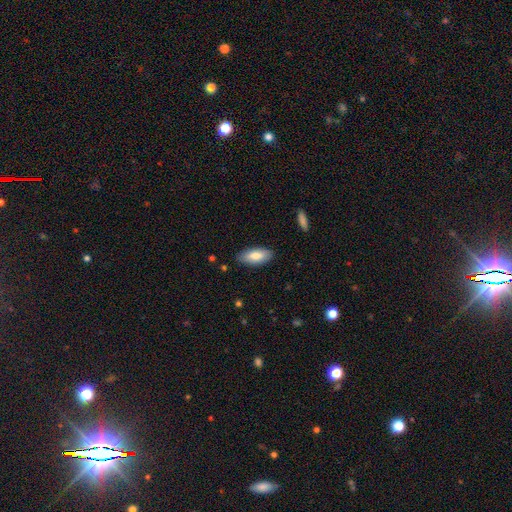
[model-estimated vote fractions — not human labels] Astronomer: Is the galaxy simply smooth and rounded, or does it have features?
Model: smooth — 77%.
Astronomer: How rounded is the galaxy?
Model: in between — 86%.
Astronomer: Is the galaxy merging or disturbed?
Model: none — 85%.